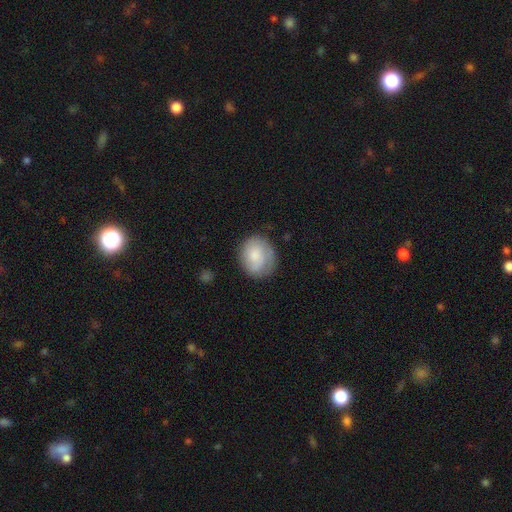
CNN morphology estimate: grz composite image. It shows a smooth galaxy with no disk features (65%) that is round (60%). Merging: none (71%).